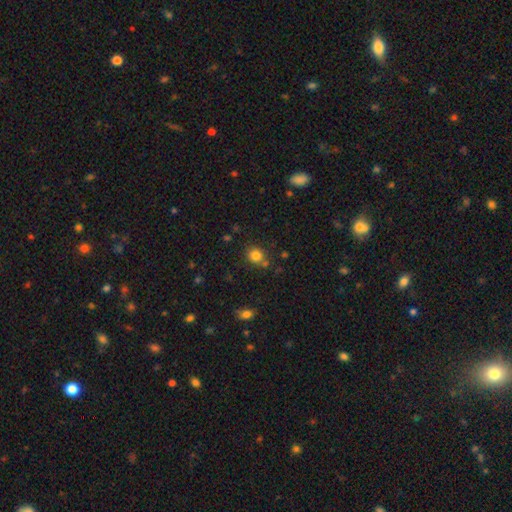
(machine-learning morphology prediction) A smooth galaxy with no disk features (81%) that is round (80%). Merging: none (77%).